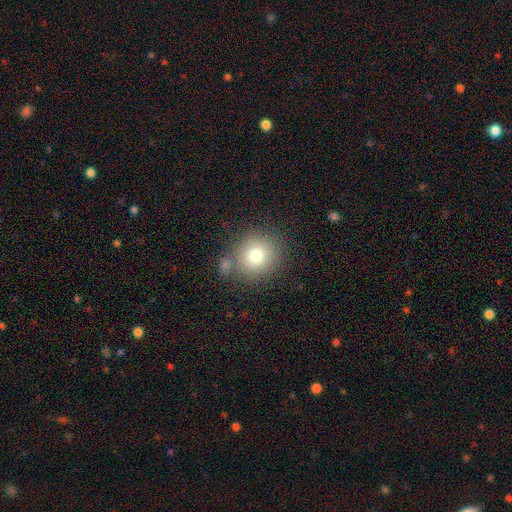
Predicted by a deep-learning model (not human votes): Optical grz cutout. It shows a smooth galaxy with no disk features (76%) that is round (86%). Merging: none (71%).